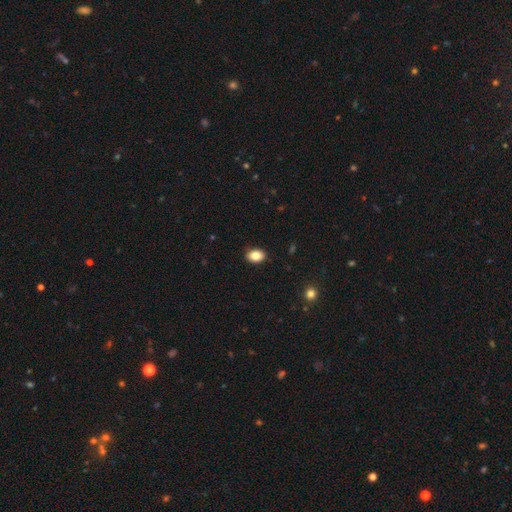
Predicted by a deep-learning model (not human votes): This is clearly a smooth galaxy (85%). How rounded: likely in between (79%). Merging: clearly none (89%).